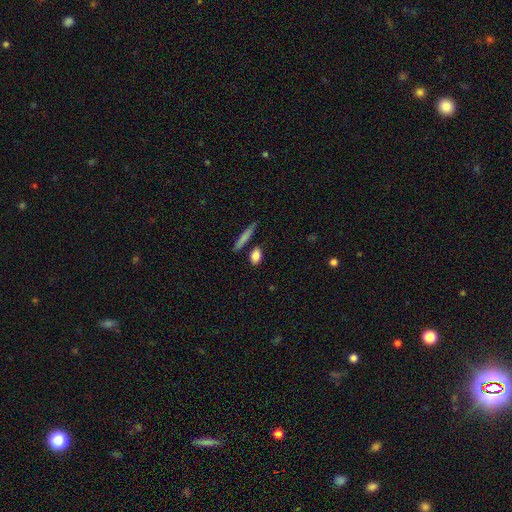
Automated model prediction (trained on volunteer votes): The model was most divided on "how rounded": in between: 60%, cigar-shaped: 21%, round: 20%. More confident: smooth or featured — smooth (84%); merging — none (77%).